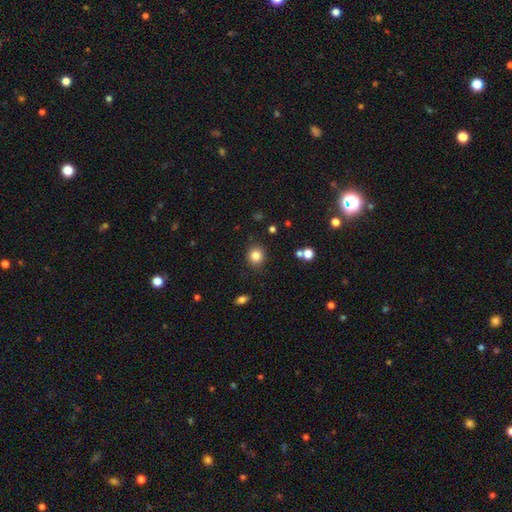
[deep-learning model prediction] Morphology: type=smooth (84%); roundness=round (87%); merging=none (87%).